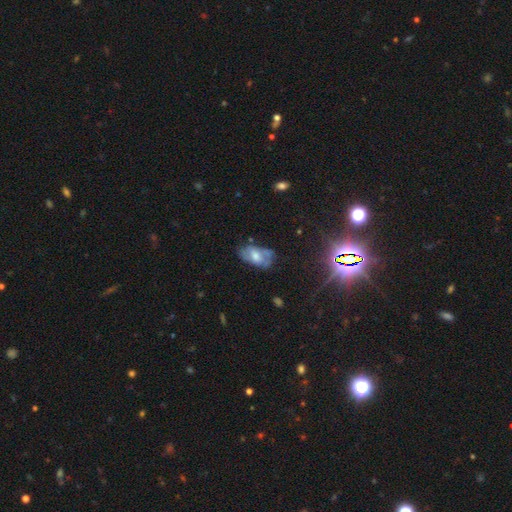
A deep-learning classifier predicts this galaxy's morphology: smooth-or-featured: featured or disk: 44% | smooth: 39% | star or artifact: 16%
  merging: none: 54% | minor disturbance: 28% | major disturbance: 14% | merger: 4%